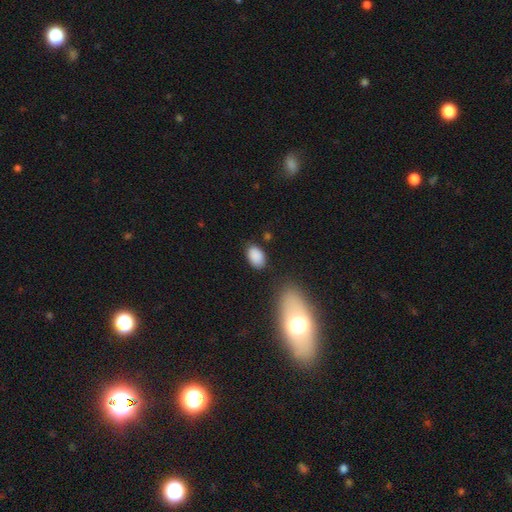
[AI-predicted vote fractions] smooth_or_featured: smooth (p=0.88) [alt: star or artifact p=0.08]
how_rounded: in between (p=0.89) [alt: round p=0.10]
merging: none (p=0.78) [alt: minor disturbance p=0.15]